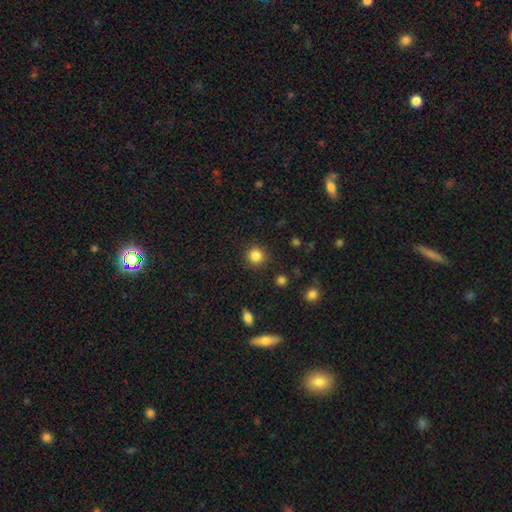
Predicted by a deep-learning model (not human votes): This appears to be a smooth galaxy with no disk features (84%) that is round (92%). Merging: none (89%).